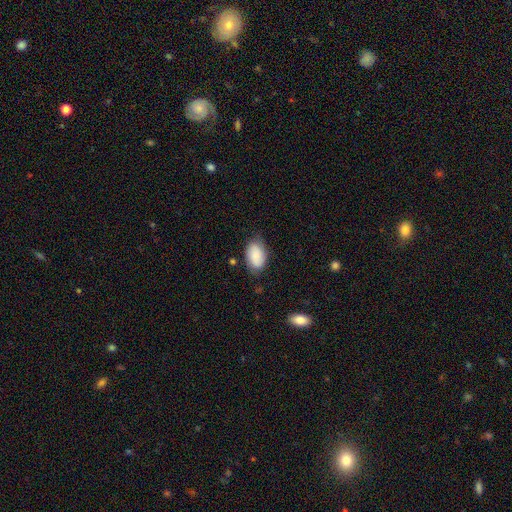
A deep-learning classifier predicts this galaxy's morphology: This is clearly a smooth galaxy (81%). How rounded: clearly in between (93%). Merging: likely none (71%).